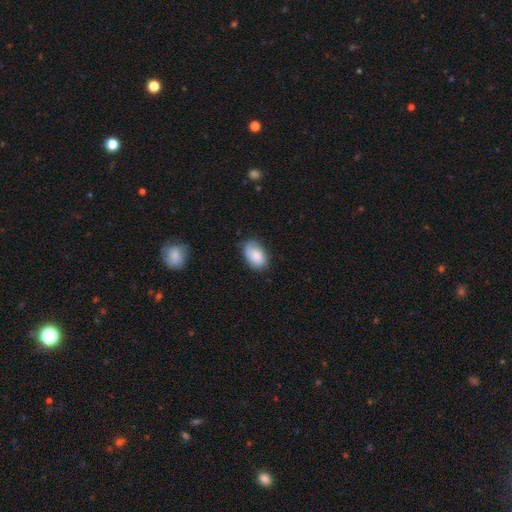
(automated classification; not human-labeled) Morphology: type=smooth (81%); roundness=in between (91%); merging=none (71%).